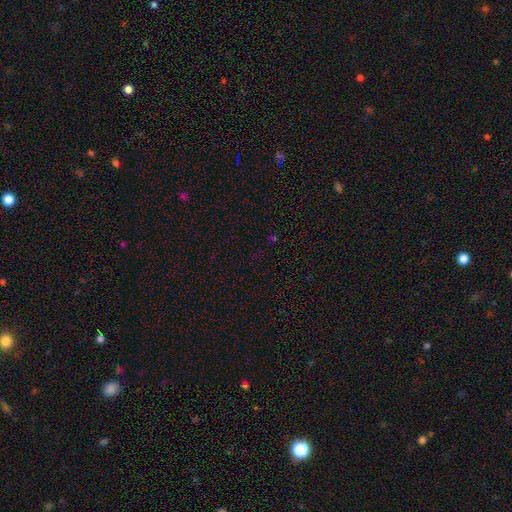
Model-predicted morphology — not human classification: The model was most divided on "smooth or featured": star or artifact: 67%, smooth: 26%, featured or disk: 7%.